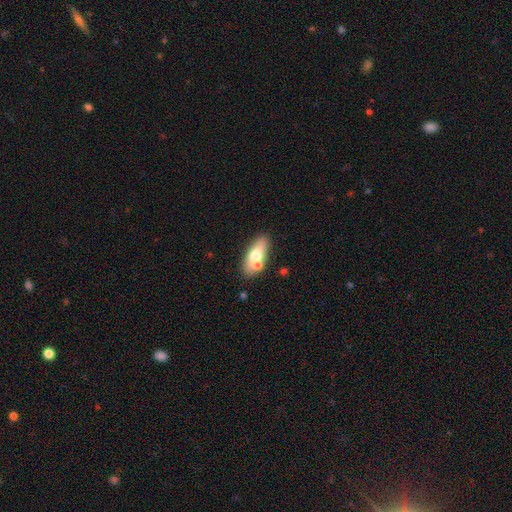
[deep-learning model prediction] A smooth galaxy with no disk features (64%) that is in between round and cigar-shaped (79%). Merging: none (66%).